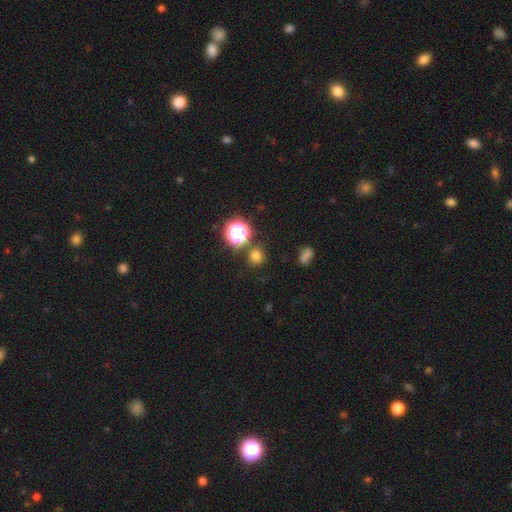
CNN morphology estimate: Overall: smooth (71%). How rounded: round (89%). Merging: none (82%).